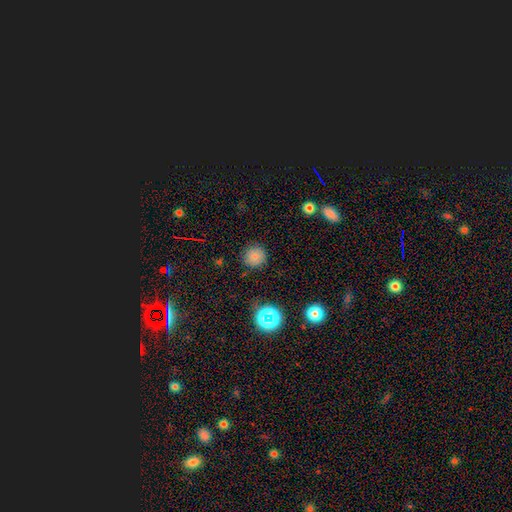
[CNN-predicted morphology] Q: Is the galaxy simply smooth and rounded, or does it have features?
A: smooth — 78%.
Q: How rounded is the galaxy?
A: round — 94%.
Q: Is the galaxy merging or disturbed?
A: none — 87%.